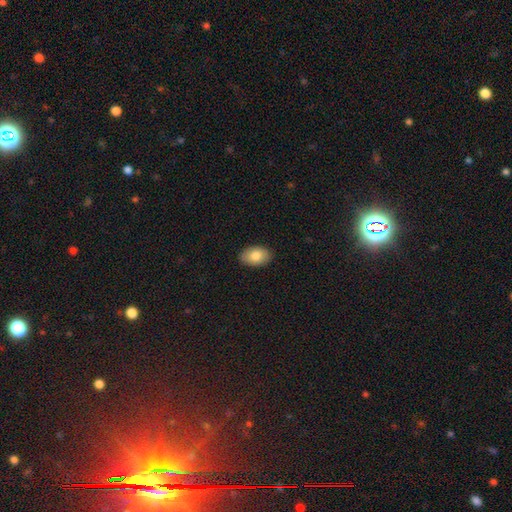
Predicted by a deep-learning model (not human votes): smooth 82%, featured or disk 12%, star or artifact 7%. Down the decision tree: how rounded — in between (90%); merging — none (89%).